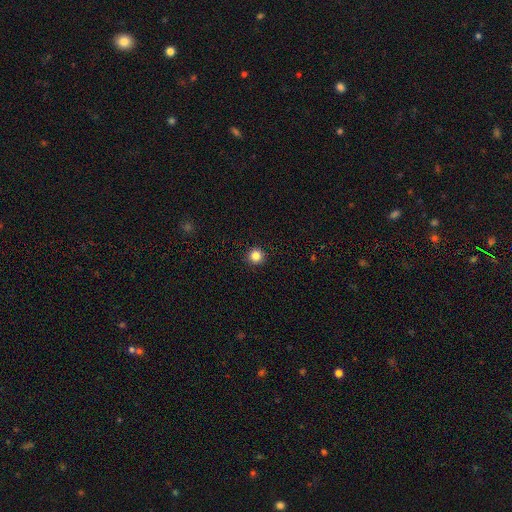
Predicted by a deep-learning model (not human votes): Morphology: type=smooth (84%); roundness=round (95%); merging=none (93%).